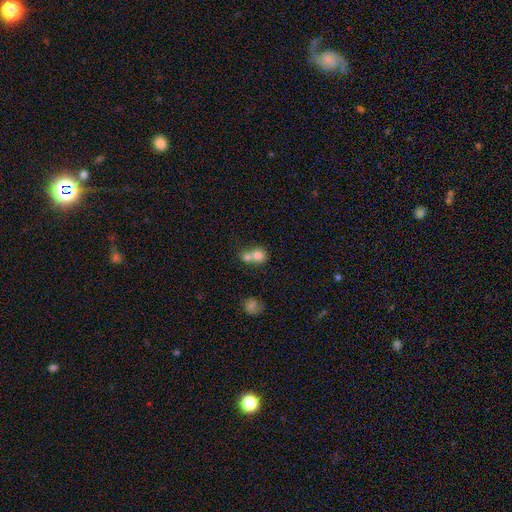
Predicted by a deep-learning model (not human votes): The model was most divided on "merging": merger: 63%, none: 27%, minor disturbance: 6%, major disturbance: 3%. More confident: how rounded — round (76%); smooth or featured — smooth (74%).